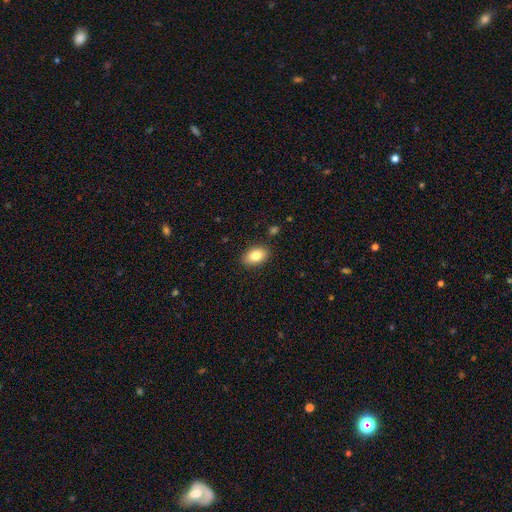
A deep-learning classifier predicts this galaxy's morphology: Q: Smooth or featured?
A: smooth (82%); runner-up: featured or disk (10%)
Q: How rounded?
A: in between (87%); runner-up: round (12%)
Q: Merging?
A: none (87%); runner-up: minor disturbance (9%)